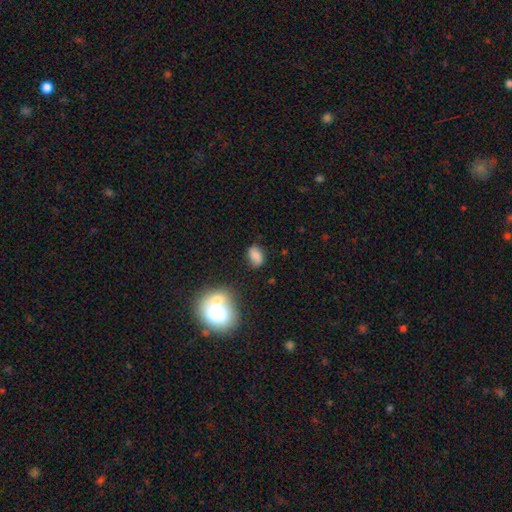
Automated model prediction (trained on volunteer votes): Smooth or featured? Predicted: smooth (p=0.79). How rounded? Predicted: in between (p=0.83). Merging? Predicted: none (p=0.72).